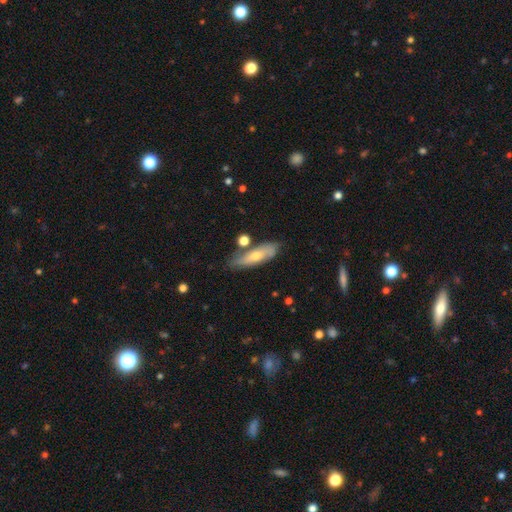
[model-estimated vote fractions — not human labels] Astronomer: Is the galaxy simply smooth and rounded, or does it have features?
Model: smooth — 53% (runner-up: featured or disk, 40%).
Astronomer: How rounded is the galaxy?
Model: cigar-shaped — 58% (runner-up: in between, 40%).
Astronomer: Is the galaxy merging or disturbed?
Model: none — 73%.